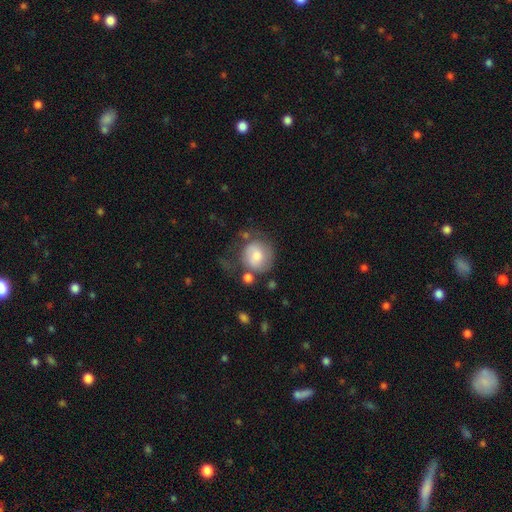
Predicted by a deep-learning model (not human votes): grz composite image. It shows a smooth galaxy with no disk features (64%) that is round (79%). Merging: none (43%).